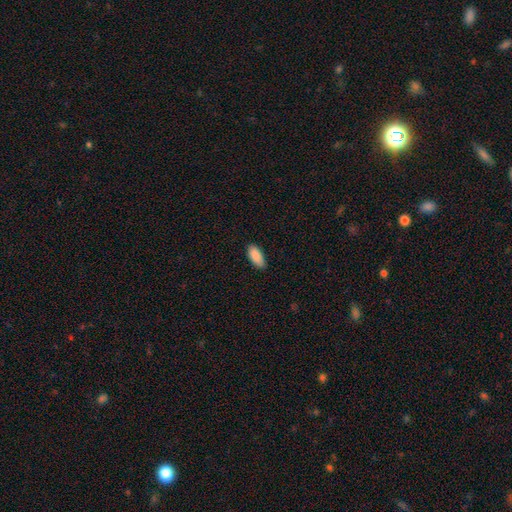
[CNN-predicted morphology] A smooth galaxy with no disk features (89%) that is in between round and cigar-shaped (89%). Merging: none (84%).